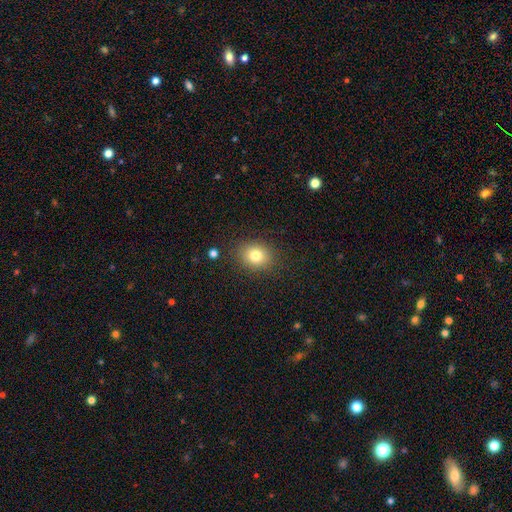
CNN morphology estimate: This is likely a smooth galaxy (79%). How rounded: likely round (63%). Merging: clearly none (86%).